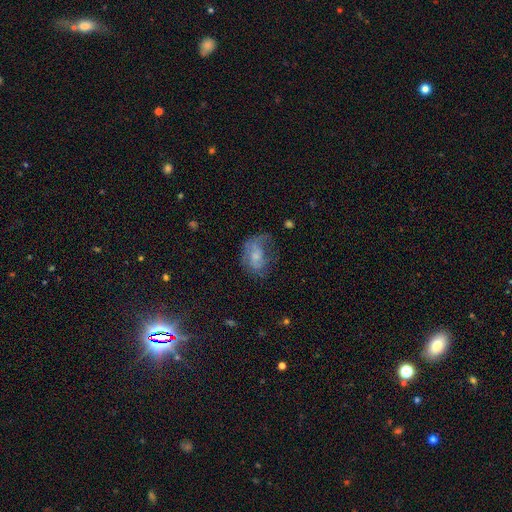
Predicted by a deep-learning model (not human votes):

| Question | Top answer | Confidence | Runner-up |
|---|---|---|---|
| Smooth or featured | featured or disk | 46% | smooth (43%) |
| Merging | none | 37% | major disturbance (35%) |